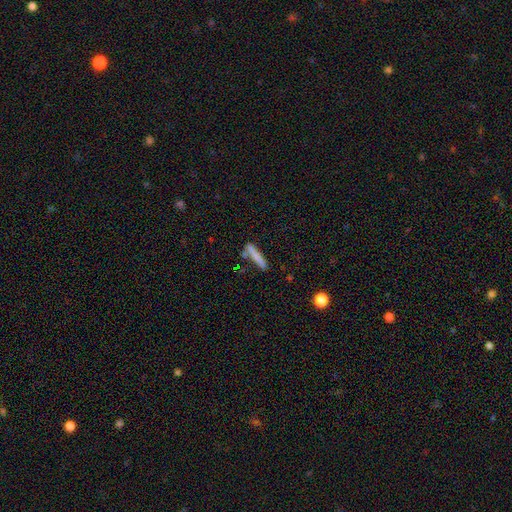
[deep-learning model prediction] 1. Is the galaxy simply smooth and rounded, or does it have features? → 76% smooth, 17% featured or disk, 7% star or artifact.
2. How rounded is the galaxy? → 92% cigar-shaped, 7% in between, 2% round.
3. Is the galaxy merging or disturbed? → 73% none, 13% minor disturbance, 10% merger, 4% major disturbance.